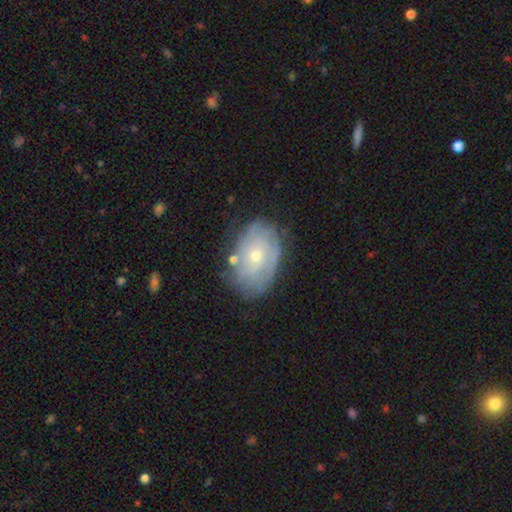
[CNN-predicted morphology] The model was most divided on "bulge size": small: 58%, moderate: 38%, large: 1%, none: 1%, dominant: 1%. More confident: edge-on disk — no (96%); spiral arms — yes (80%); bar — no (80%); smooth or featured — featured or disk (70%); merging — none (69%); spiral winding — tight (67%); spiral arm count — can't tell (54%).